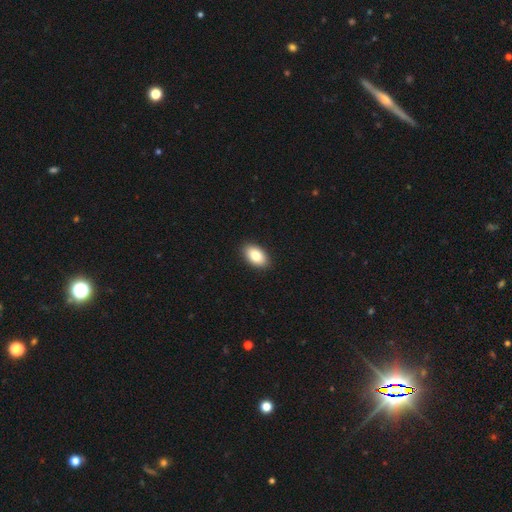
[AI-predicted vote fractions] Q: Smooth or featured?
A: smooth (84%); runner-up: featured or disk (9%)
Q: How rounded?
A: in between (93%); runner-up: round (5%)
Q: Merging?
A: none (91%); runner-up: minor disturbance (7%)